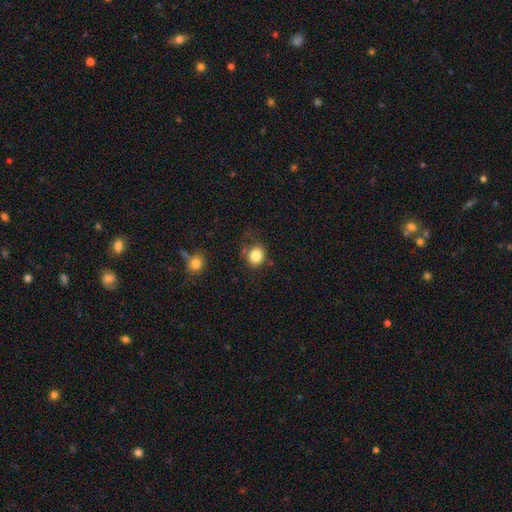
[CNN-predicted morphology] smooth-or-featured: smooth: 84% | star or artifact: 10% | featured or disk: 6%
  how-rounded: round: 65% | in between: 34% | cigar-shaped: 1%
  merging: none: 72% | minor disturbance: 17% | major disturbance: 6% | merger: 6%